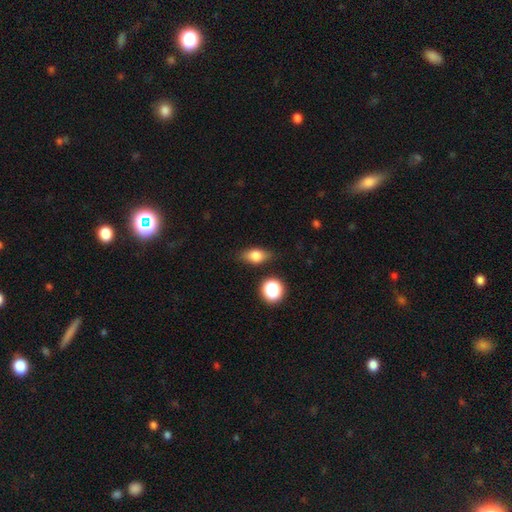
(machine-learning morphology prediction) Q: Smooth or featured?
A: smooth (71%); runner-up: featured or disk (19%)
Q: How rounded?
A: in between (74%); runner-up: round (18%)
Q: Merging?
A: none (81%); runner-up: minor disturbance (14%)